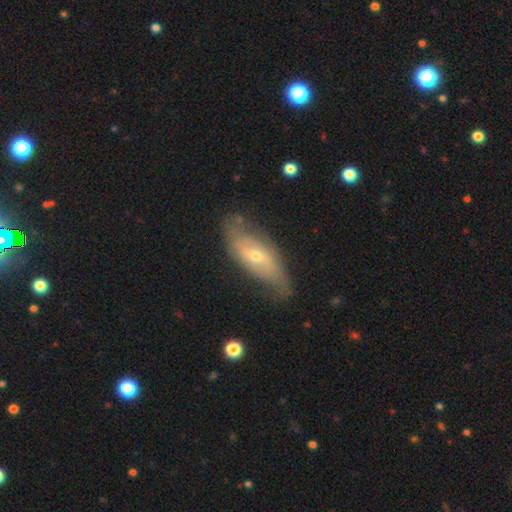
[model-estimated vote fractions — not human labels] smooth_or_featured: featured or disk (p=0.65) [alt: smooth p=0.28]
disk_edge_on: no (p=0.83) [alt: yes p=0.17]
bar: no (p=0.51) [alt: weak p=0.36]
has_spiral_arms: yes (p=0.75) [alt: no p=0.25]
bulge_size: small (p=0.57) [alt: moderate p=0.39]
merging: none (p=0.66) [alt: minor disturbance p=0.24]